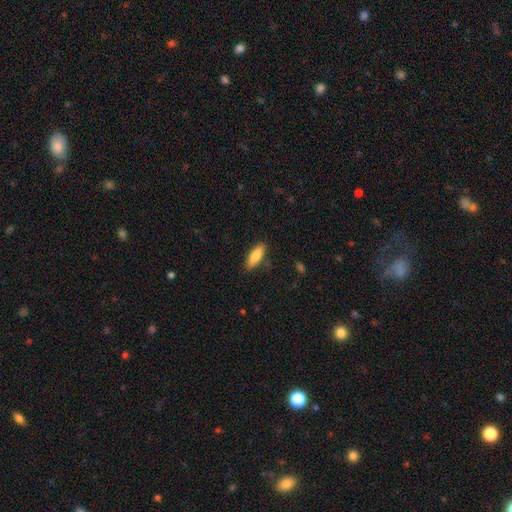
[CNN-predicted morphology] A smooth galaxy with no disk features (82%) that is in between round and cigar-shaped (60%). Merging: none (85%).